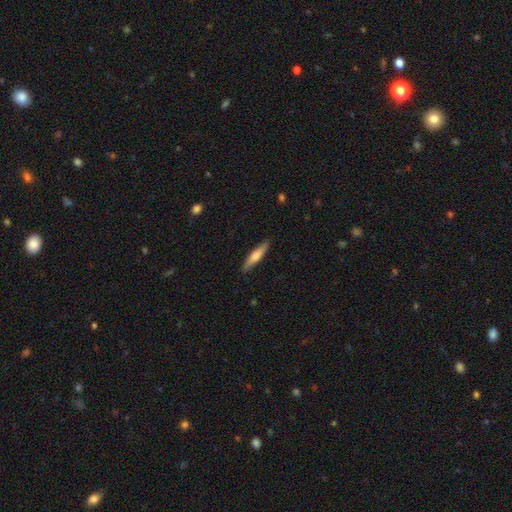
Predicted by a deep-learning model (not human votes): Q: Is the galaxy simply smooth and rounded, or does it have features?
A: smooth — 53%.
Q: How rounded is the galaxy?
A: cigar-shaped — 86%.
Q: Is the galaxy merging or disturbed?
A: none — 89%.